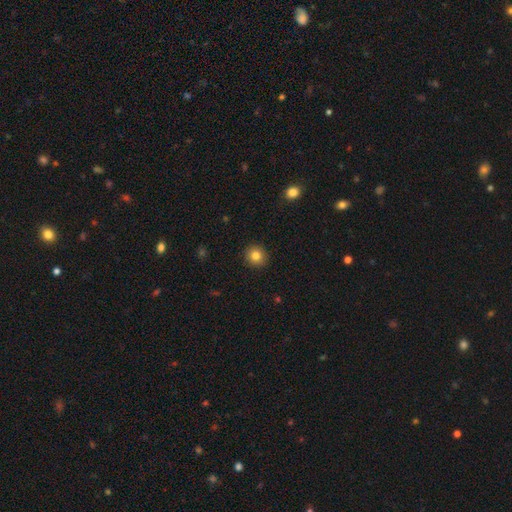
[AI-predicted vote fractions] Smooth or featured? smooth (82%)
How rounded? round (90%)
Merging? none (91%)